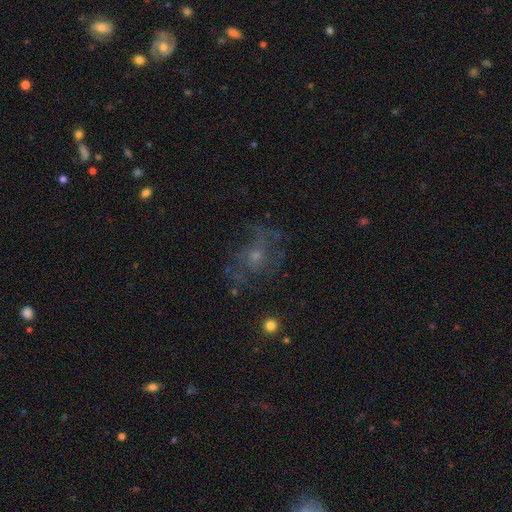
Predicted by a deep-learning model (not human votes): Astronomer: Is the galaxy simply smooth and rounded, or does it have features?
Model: featured or disk — 61%.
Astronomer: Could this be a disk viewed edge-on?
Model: no — 97%.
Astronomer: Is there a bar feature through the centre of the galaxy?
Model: no — 79%.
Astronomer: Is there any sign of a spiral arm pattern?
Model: yes — 70%.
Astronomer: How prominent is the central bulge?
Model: small — 56% (runner-up: moderate, 34%).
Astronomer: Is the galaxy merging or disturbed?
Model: none — 62%.